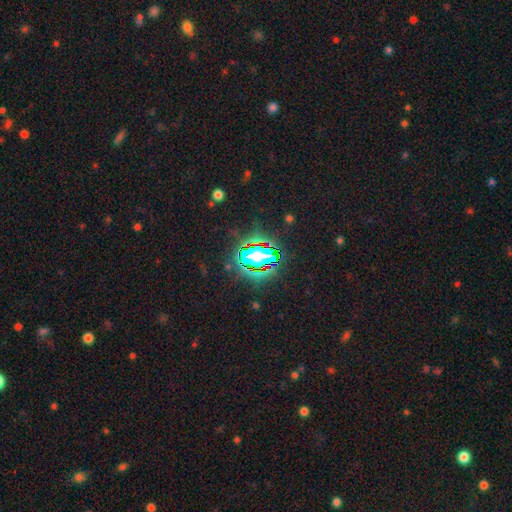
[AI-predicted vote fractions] This appears to be a star or artifact, not a galaxy (84%).